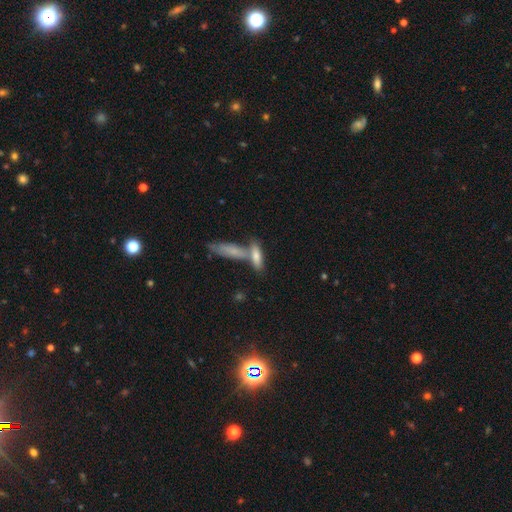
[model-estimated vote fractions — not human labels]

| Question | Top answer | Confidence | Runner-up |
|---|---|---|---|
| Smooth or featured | smooth | 69% | featured or disk (23%) |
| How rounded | cigar-shaped | 56% | in between (42%) |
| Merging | none | 46% | merger (41%) |